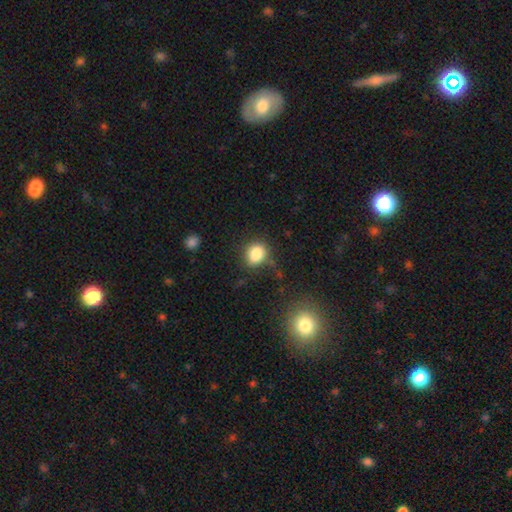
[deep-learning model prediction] A smooth galaxy with no disk features (84%) that is round (49%, tied with in between).

Vote fractions:
- Smooth or featured? smooth: 84% / star or artifact: 10% / featured or disk: 5%
- How rounded? round: 49% (tied) / in between: 49% (tied) / cigar-shaped: 1%
- Merging? none: 69% / minor disturbance: 20% / major disturbance: 7% / merger: 4%